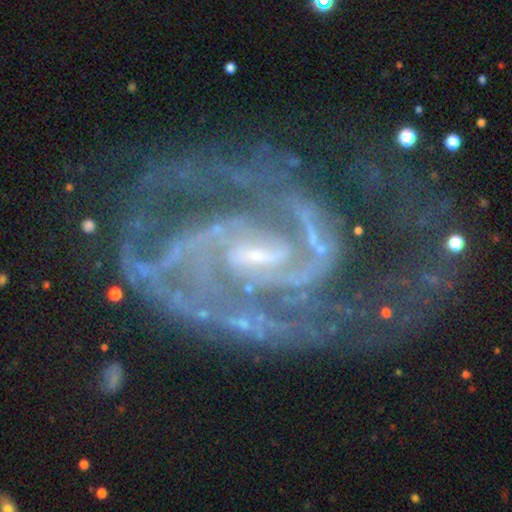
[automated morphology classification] featured or disk 91%, star or artifact 6%, smooth 3%. Down the decision tree: edge-on disk — no (98%); bar — weak (49%); spiral arms — yes (98%); spiral arm count — 2 (71%); spiral winding — medium (48%); bulge size — small (65%); merging — none (55%).